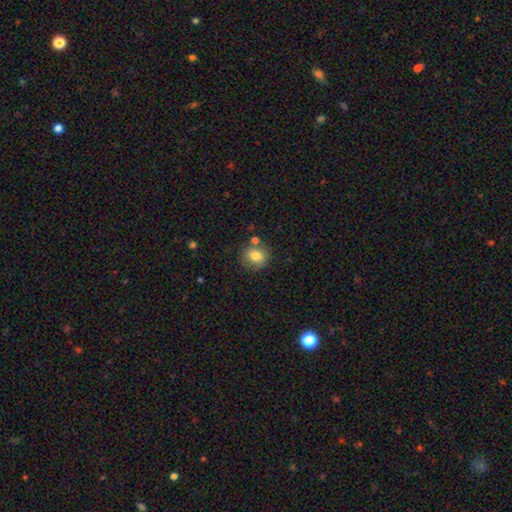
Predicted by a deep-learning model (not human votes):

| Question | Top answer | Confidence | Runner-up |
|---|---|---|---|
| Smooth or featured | smooth | 80% | featured or disk (11%) |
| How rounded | round | 80% | in between (19%) |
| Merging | none | 75% | minor disturbance (12%) |